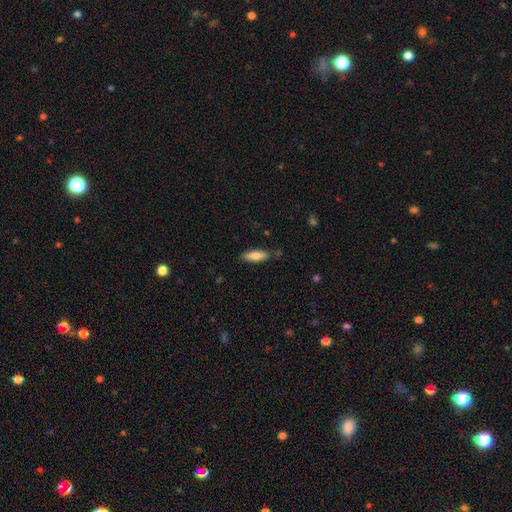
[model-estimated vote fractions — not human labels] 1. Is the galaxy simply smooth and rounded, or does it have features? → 79% smooth, 15% featured or disk, 6% star or artifact.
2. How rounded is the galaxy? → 53% in between, 45% cigar-shaped, 2% round.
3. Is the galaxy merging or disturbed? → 79% none, 16% minor disturbance, 3% merger, 3% major disturbance.